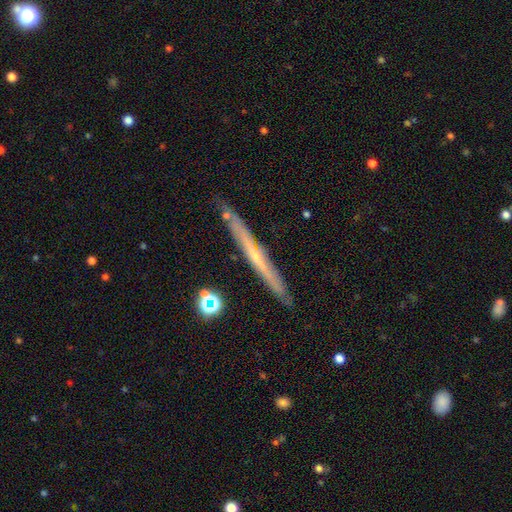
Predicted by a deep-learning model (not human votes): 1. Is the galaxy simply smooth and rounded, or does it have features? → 70% featured or disk, 23% smooth, 7% star or artifact.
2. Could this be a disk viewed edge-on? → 95% yes, 5% no.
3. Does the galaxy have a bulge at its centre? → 49% none (tied), 49% rounded (tied), 3% boxy.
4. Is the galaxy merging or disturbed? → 84% none, 12% minor disturbance, 2% merger, 2% major disturbance.